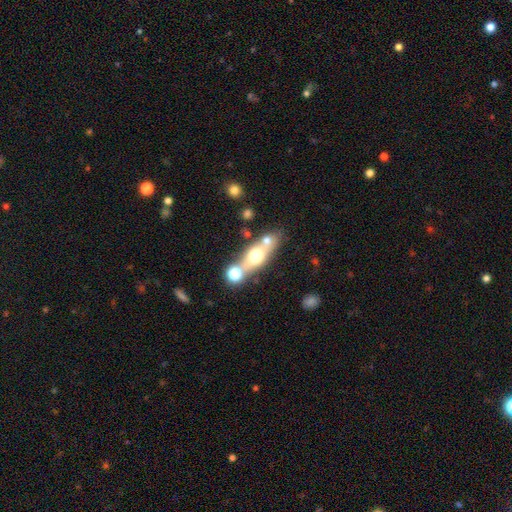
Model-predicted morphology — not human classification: smooth 48%, featured or disk 42%, star or artifact 9%. Down the decision tree: merging — none (61%).